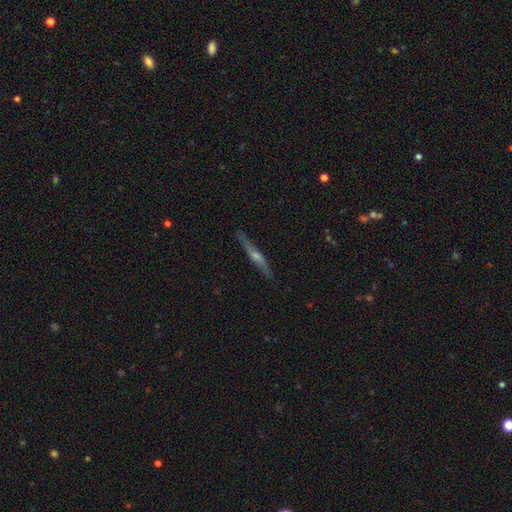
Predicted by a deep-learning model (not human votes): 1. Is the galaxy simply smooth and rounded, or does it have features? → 69% featured or disk, 24% smooth, 7% star or artifact.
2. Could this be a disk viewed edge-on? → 95% yes, 5% no.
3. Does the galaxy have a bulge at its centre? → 75% rounded, 18% none, 8% boxy.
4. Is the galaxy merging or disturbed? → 87% none, 10% minor disturbance, 2% major disturbance, 1% merger.